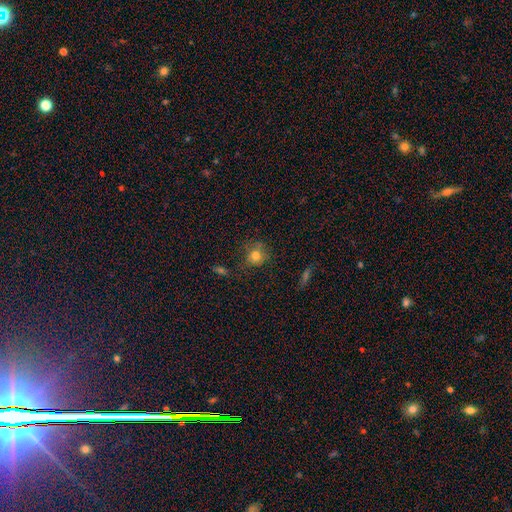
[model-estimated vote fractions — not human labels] Q: Smooth or featured?
A: smooth (76%); runner-up: star or artifact (15%)
Q: How rounded?
A: round (83%); runner-up: in between (16%)
Q: Merging?
A: none (69%); runner-up: minor disturbance (20%)